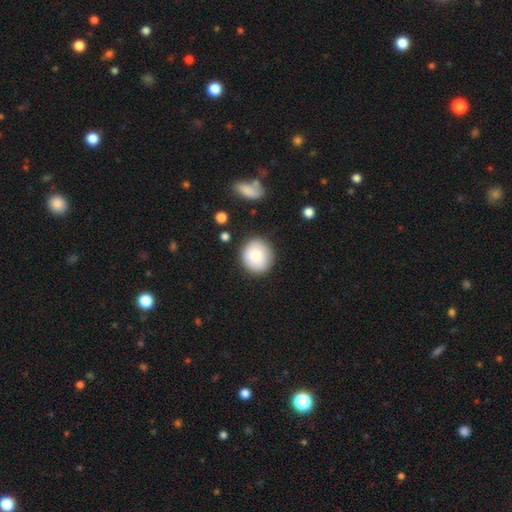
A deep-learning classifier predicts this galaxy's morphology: Overall: smooth (84%). How rounded: round (86%). Merging: none (86%).